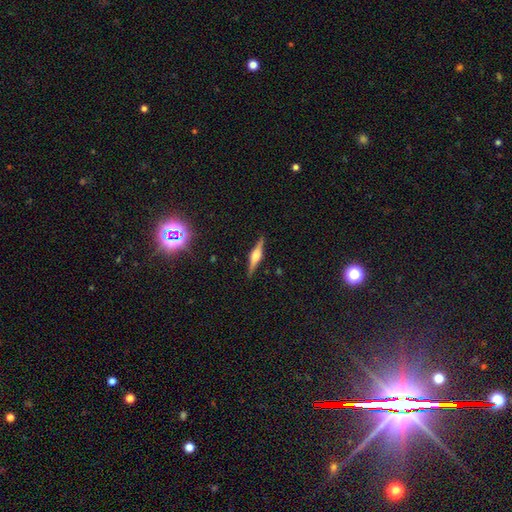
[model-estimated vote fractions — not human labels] Smooth or featured: featured or disk — 76% (smooth — 17%)
Edge-on disk: yes — 98% (no — 2%)
Edge-on bulge: rounded — 82% (boxy — 15%)
Merging: none — 90% (minor disturbance — 7%)